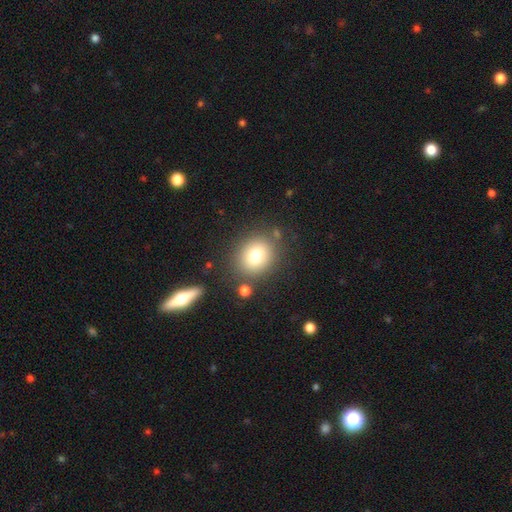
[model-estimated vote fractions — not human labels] This is likely a smooth galaxy (76%). How rounded: likely round (70%). Merging: clearly none (81%).